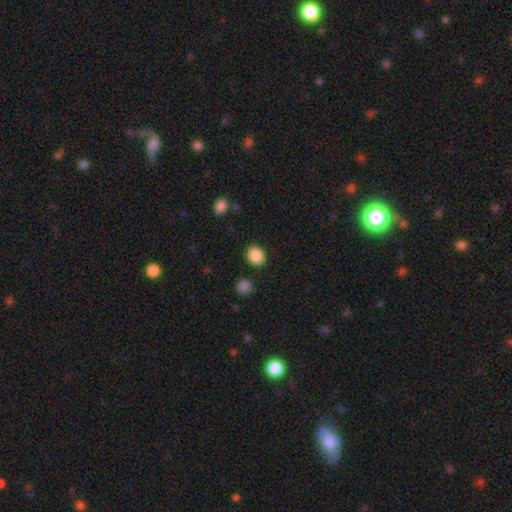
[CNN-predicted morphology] Smooth or featured? smooth (88%)
How rounded? round (54%)
Merging? none (86%)